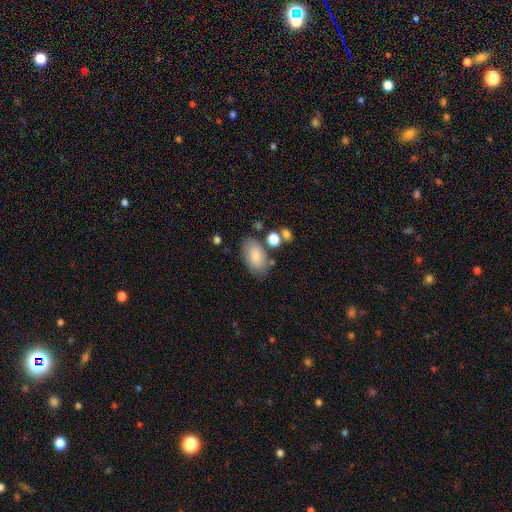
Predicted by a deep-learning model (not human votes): smooth 80%, featured or disk 13%, star or artifact 7%. Down the decision tree: how rounded — in between (93%); merging — none (72%).